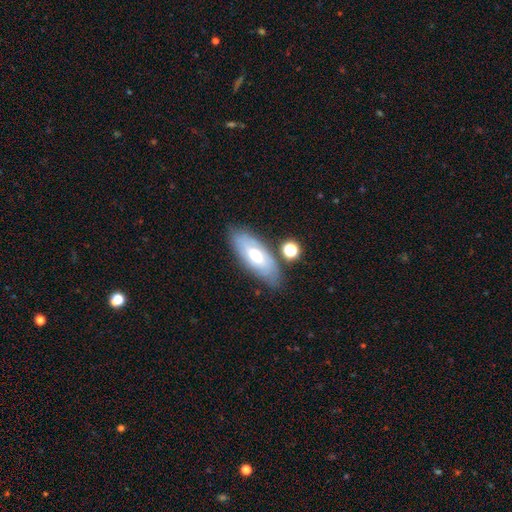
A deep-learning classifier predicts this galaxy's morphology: Smooth or featured?
  - featured or disk: 48% *
  - smooth: 44%
  - star or artifact: 8%
Merging?
  - none: 73% *
  - minor disturbance: 17%
  - merger: 5%
  - major disturbance: 5%